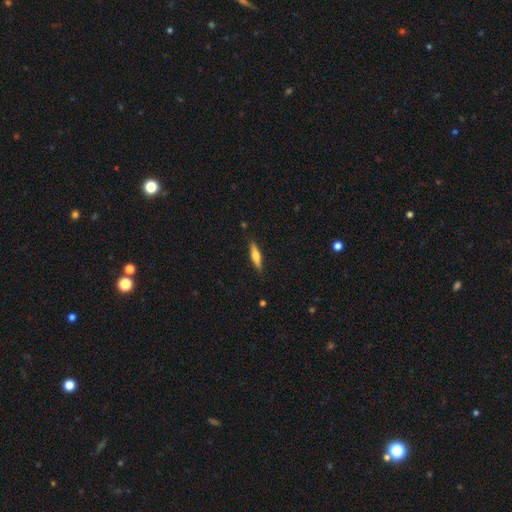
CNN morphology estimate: Smooth or featured? smooth (59%)
How rounded? cigar-shaped (70%)
Merging? none (87%)